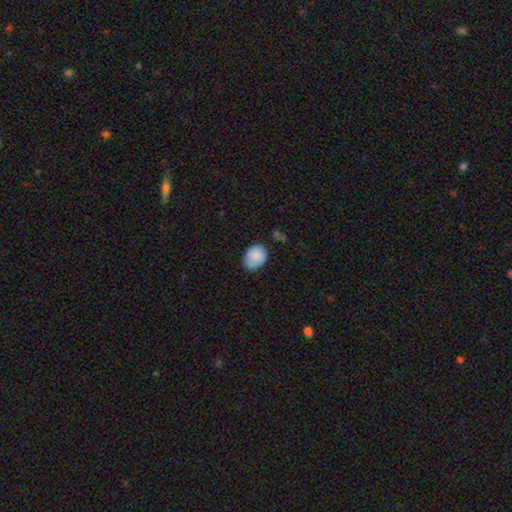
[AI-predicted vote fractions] This is clearly a smooth galaxy (85%). How rounded: likely in between (63%). Merging: likely none (61%).